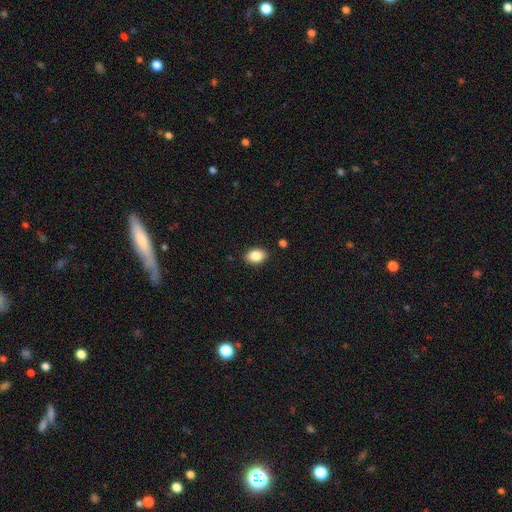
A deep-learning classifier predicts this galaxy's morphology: Smooth or featured? Predicted: smooth (p=0.86). How rounded? Predicted: in between (p=0.80). Merging? Predicted: none (p=0.88).